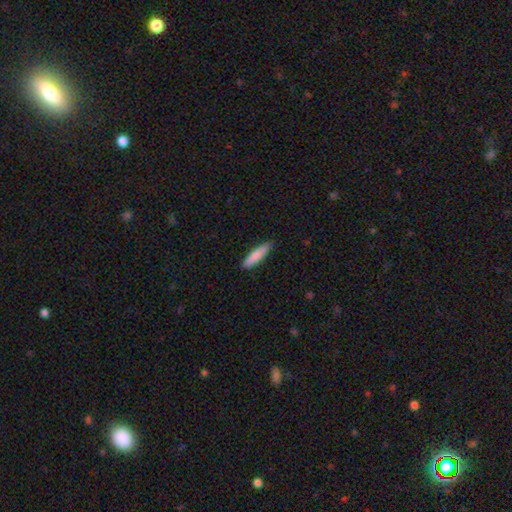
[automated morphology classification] A smooth galaxy with no disk features (84%) that is cigar-shaped (78%). Merging: none (87%).